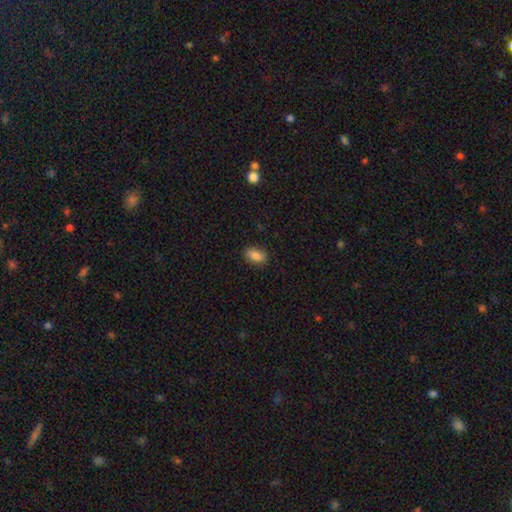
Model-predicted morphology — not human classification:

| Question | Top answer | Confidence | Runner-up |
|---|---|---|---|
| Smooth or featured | smooth | 85% | star or artifact (8%) |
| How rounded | in between | 86% | round (7%) |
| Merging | none | 84% | minor disturbance (12%) |